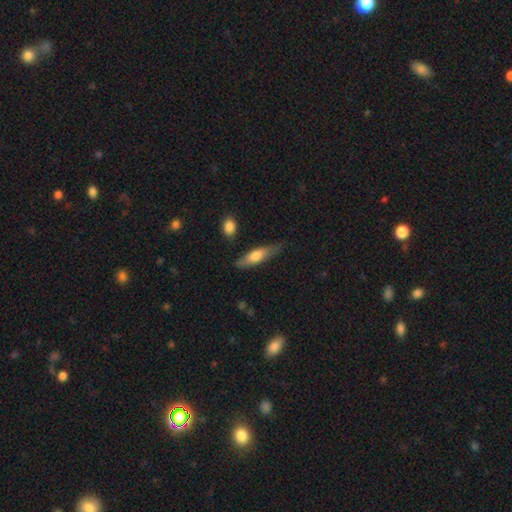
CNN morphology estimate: smooth_or_featured: smooth (p=0.58) [alt: featured or disk p=0.36]
how_rounded: cigar-shaped (p=0.69) [alt: in between p=0.29]
merging: none (p=0.72) [alt: minor disturbance p=0.21]